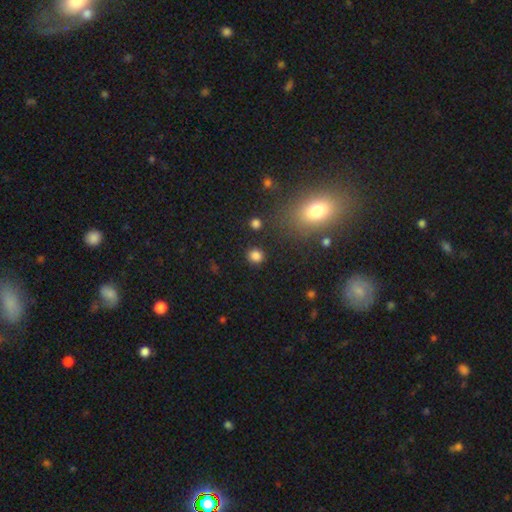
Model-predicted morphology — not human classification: A smooth galaxy with no disk features (82%) that is round (84%). Merging: none (87%).